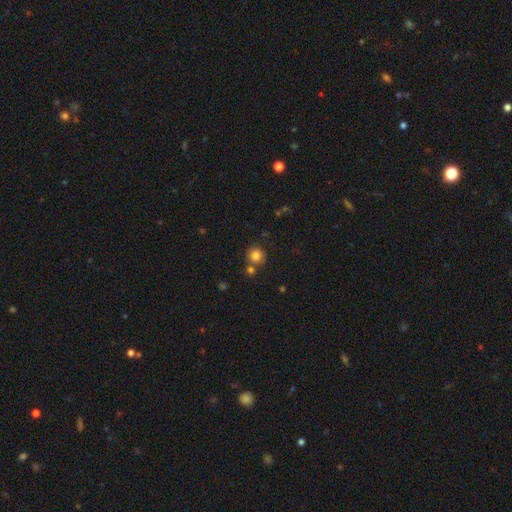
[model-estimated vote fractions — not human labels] A smooth galaxy with no disk features (82%) that is round (91%). Merging: none (71%).